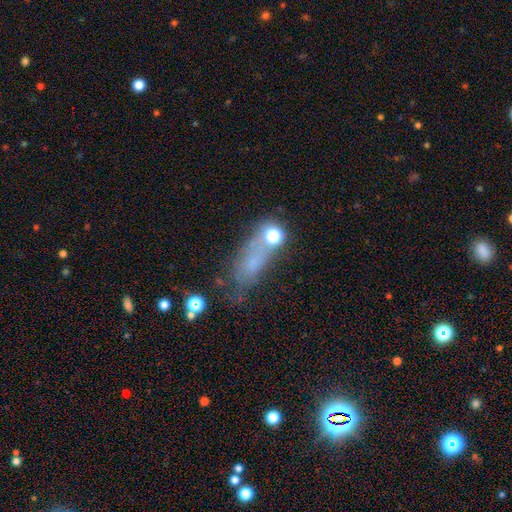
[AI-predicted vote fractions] This appears to be a smooth galaxy with no disk features (49%). Merging: none (44%).